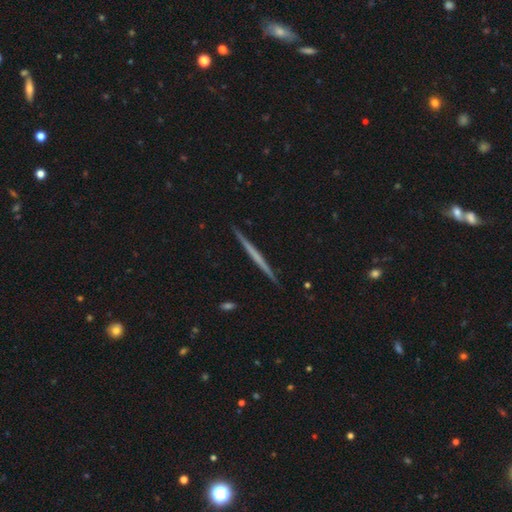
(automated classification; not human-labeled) Smooth or featured? featured or disk (59%)
Edge-on disk? yes (98%)
Edge-on bulge? none (89%)
Merging? none (92%)